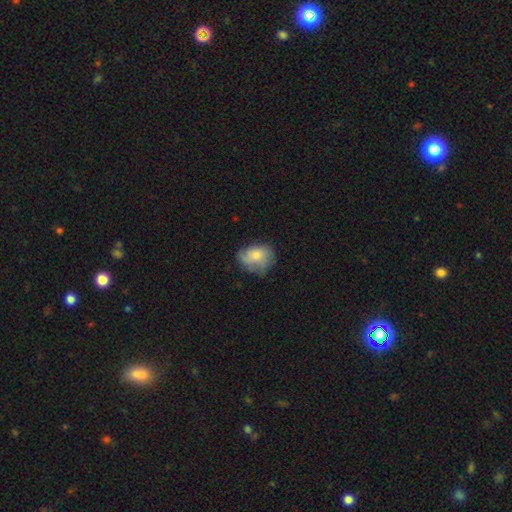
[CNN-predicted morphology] Overall: smooth (70%). How rounded: in between (60%; round 39%). Merging: none (51%; minor disturbance 32%).